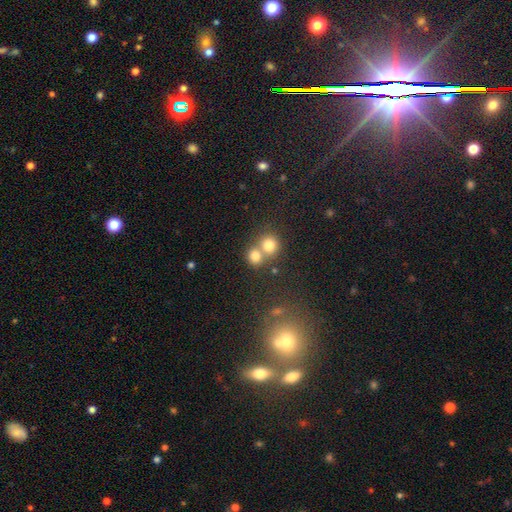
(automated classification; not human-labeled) Smooth or featured? Predicted: smooth (p=0.78). How rounded? Predicted: round (p=0.83). Merging? Predicted: merger (p=0.50).